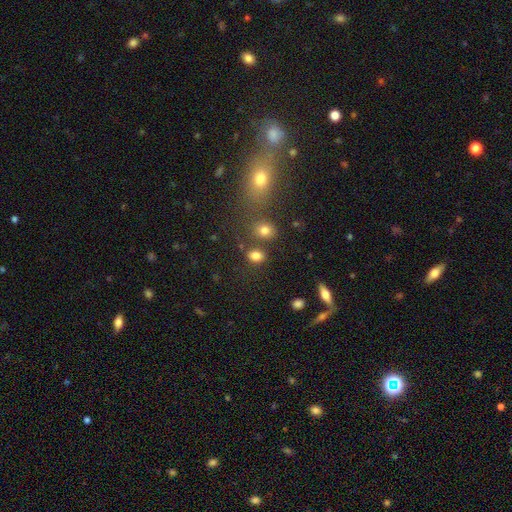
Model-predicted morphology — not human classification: Smooth or featured? Predicted: smooth (p=0.81). How rounded? Predicted: in between (p=0.62). Merging? Predicted: none (p=0.70).